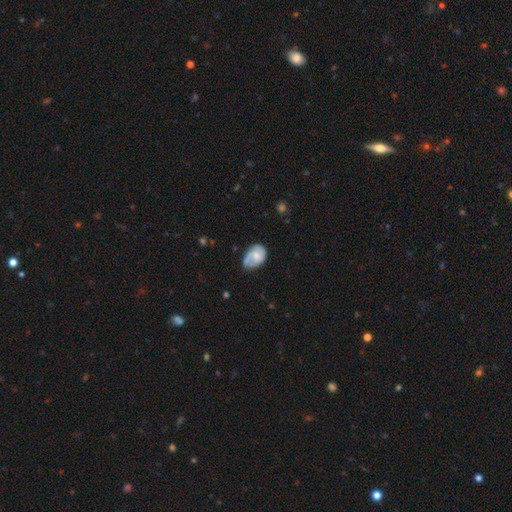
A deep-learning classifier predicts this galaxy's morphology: A smooth galaxy with no disk features (50%) that is in between round and cigar-shaped (80%). Merging: none (45%).